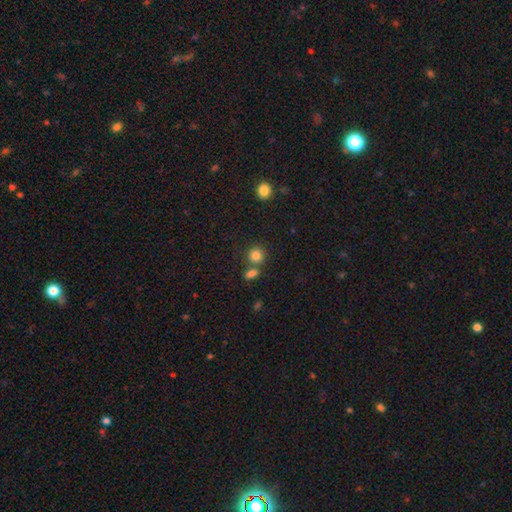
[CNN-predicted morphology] A smooth galaxy with no disk features (83%) that is round (83%). Merging: none (65%).